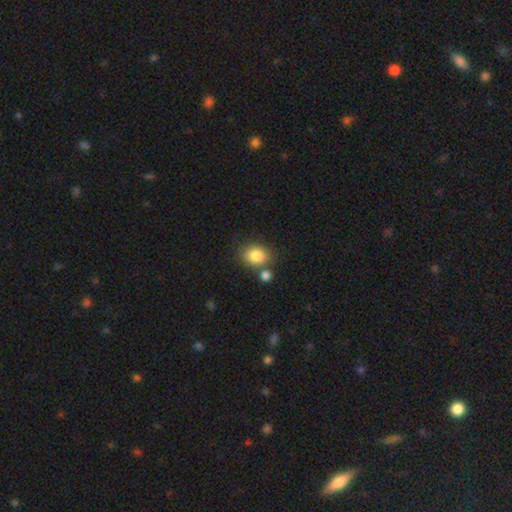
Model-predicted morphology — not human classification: This is clearly a smooth galaxy (85%). How rounded: possibly in between (51%). Merging: likely none (64%).